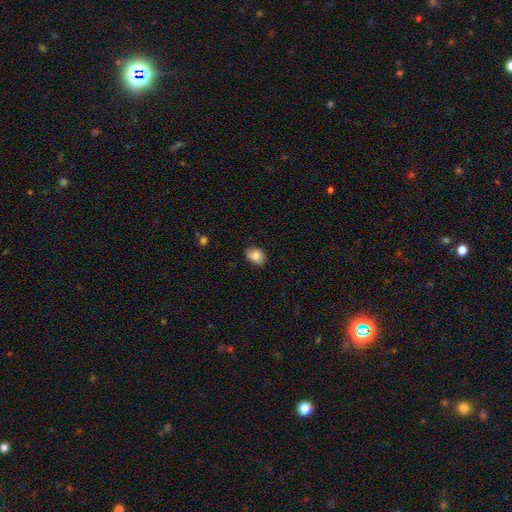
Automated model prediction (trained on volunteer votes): This appears to be a smooth galaxy with no disk features (86%) that is in between round and cigar-shaped (69%). Merging: none (81%).